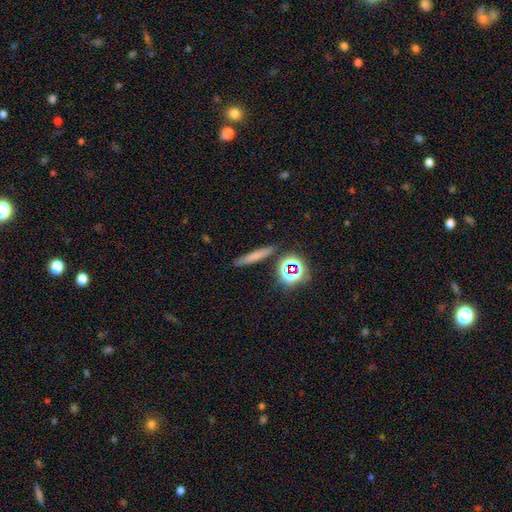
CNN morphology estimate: Smooth or featured: smooth — 66% (star or artifact — 17%)
How rounded: cigar-shaped — 85% (in between — 7%)
Merging: none — 85% (minor disturbance — 8%)